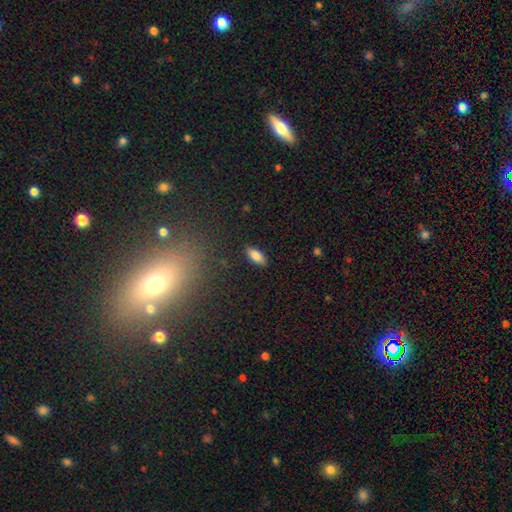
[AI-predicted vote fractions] This appears to be a smooth galaxy with no disk features (84%) that is in between round and cigar-shaped (87%). Merging: none (86%).